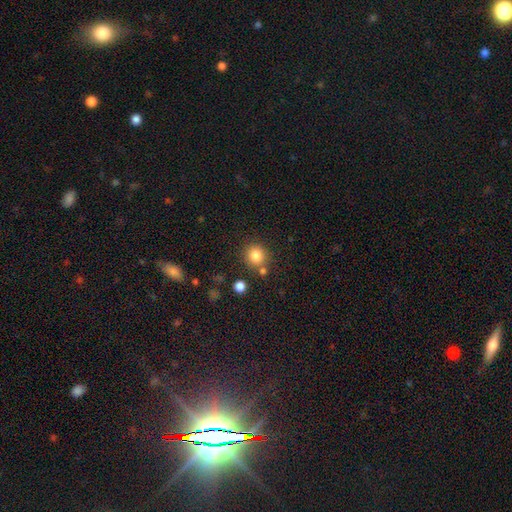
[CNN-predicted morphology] Smooth or featured? smooth (83%)
How rounded? round (90%)
Merging? none (78%)